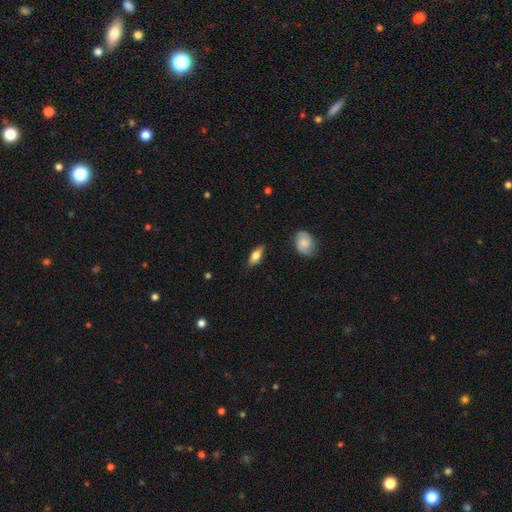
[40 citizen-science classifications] This appears to be a smooth galaxy with no disk features (65%) that is in between round and cigar-shaped (85%). Merging: none (53%).